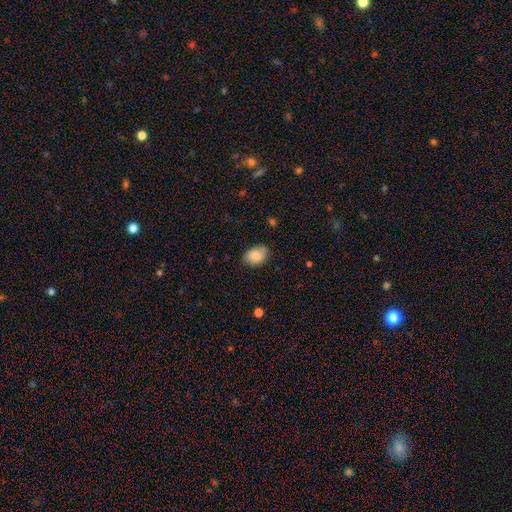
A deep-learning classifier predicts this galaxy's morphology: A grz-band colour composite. It shows a smooth galaxy with no disk features (84%) that is in between round and cigar-shaped (75%). Merging: none (73%).